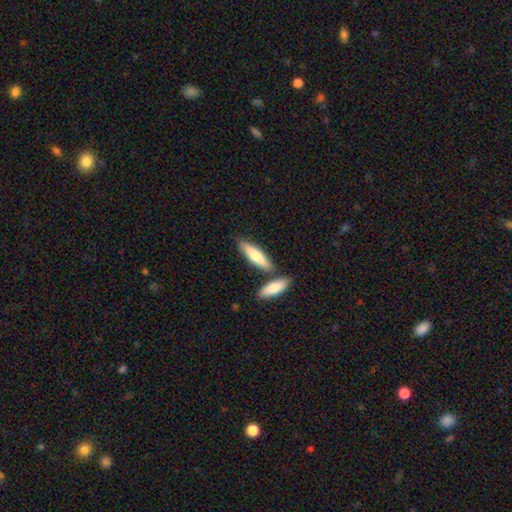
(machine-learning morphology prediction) Smooth or featured? smooth (71%)
How rounded? cigar-shaped (65%)
Merging? none (69%)